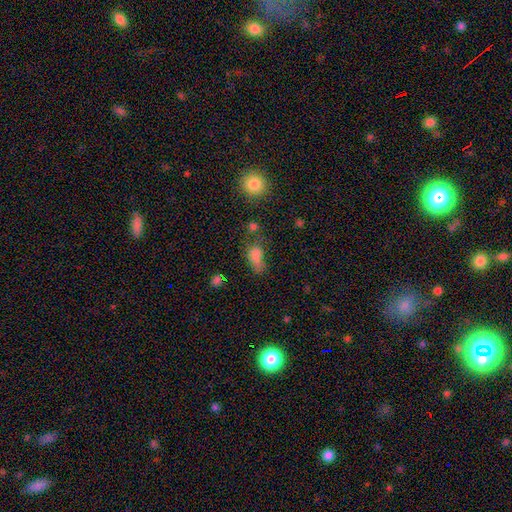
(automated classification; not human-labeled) smooth 72%, star or artifact 18%, featured or disk 10%. Down the decision tree: how rounded — in between (78%); merging — none (34%).